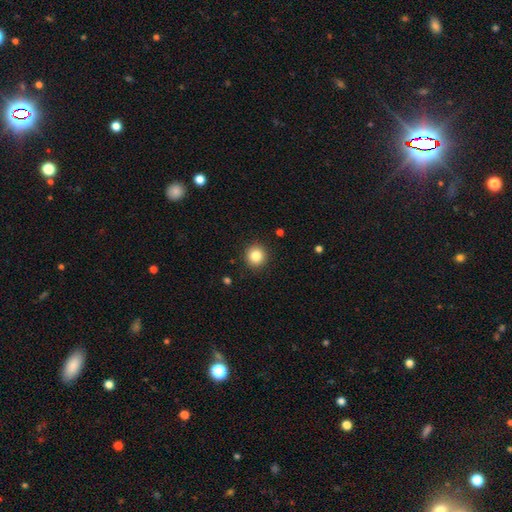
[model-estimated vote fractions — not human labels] Overall: smooth (84%). How rounded: round (93%). Merging: none (91%).